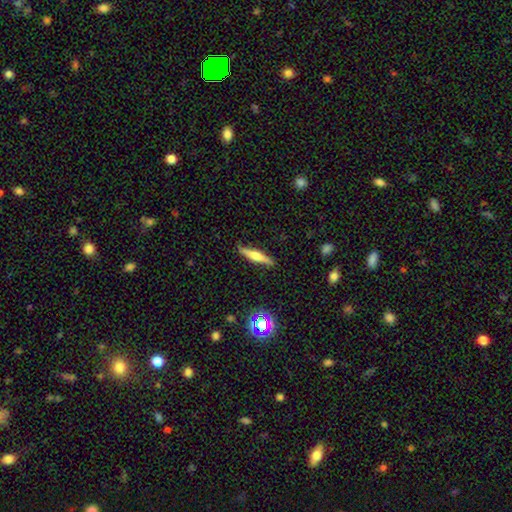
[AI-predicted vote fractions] Smooth or featured? Predicted: featured or disk (p=0.53). Edge-on disk? Predicted: yes (p=0.95). Edge-on bulge? Predicted: rounded (p=0.82). Merging? Predicted: none (p=0.87).